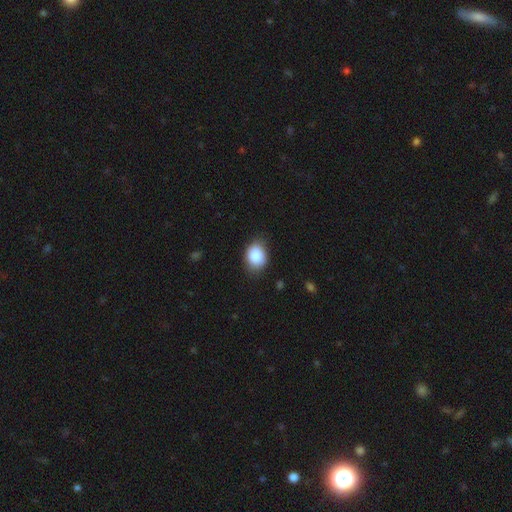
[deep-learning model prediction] smooth_or_featured: smooth (p=0.87) [alt: star or artifact p=0.08]
how_rounded: in between (p=0.54) [alt: round p=0.45]
merging: none (p=0.77) [alt: minor disturbance p=0.19]